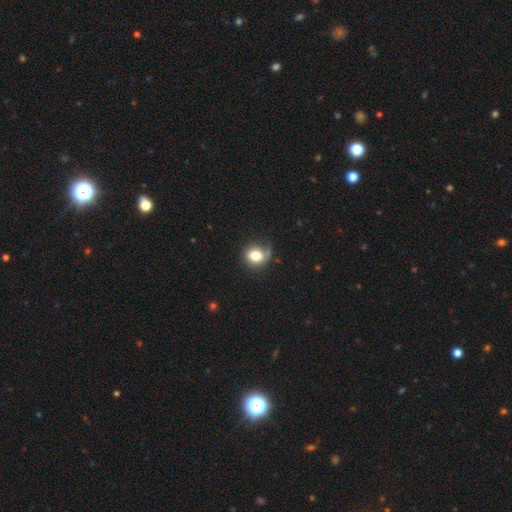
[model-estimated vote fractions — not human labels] Q: Smooth or featured?
A: smooth (79%); runner-up: featured or disk (12%)
Q: How rounded?
A: round (73%); runner-up: in between (26%)
Q: Merging?
A: none (61%); runner-up: minor disturbance (26%)